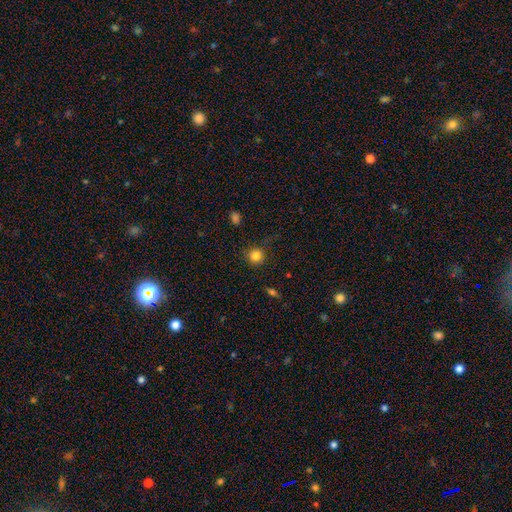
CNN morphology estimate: Smooth or featured? Predicted: smooth (p=0.83). How rounded? Predicted: round (p=0.93). Merging? Predicted: none (p=0.83).